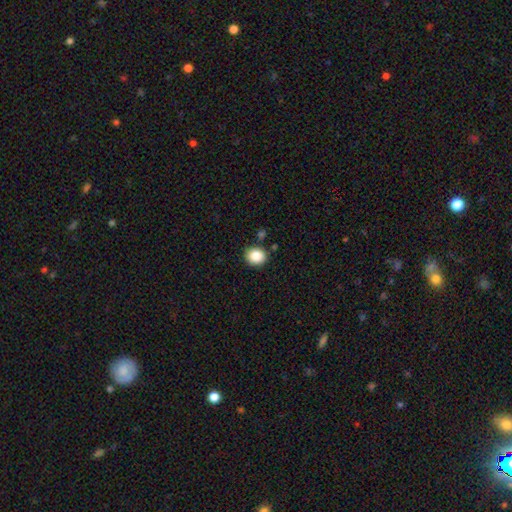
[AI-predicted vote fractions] smooth 86%, star or artifact 9%, featured or disk 5%. Down the decision tree: how rounded — round (71%); merging — none (86%).